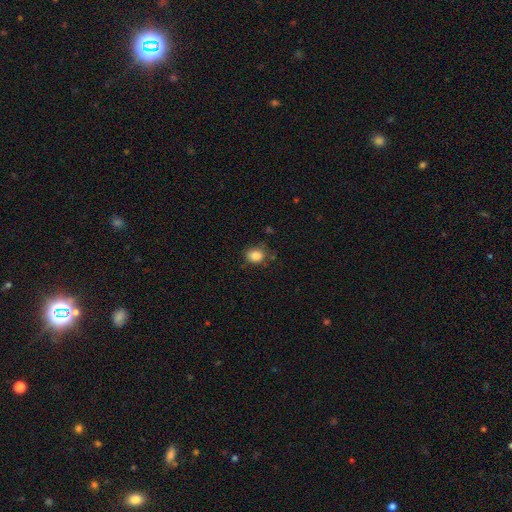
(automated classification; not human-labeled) Q: Smooth or featured?
A: smooth (85%); runner-up: star or artifact (10%)
Q: How rounded?
A: round (58%); runner-up: in between (41%)
Q: Merging?
A: none (74%); runner-up: minor disturbance (19%)